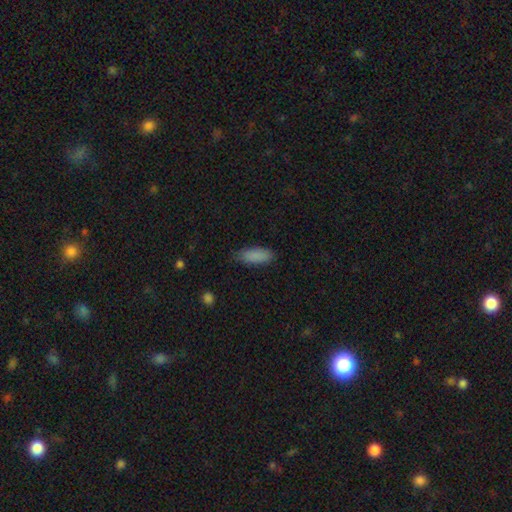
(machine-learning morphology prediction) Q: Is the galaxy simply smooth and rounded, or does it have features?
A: smooth — 88%.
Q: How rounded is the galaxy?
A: in between — 71%.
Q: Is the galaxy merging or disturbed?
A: none — 79%.